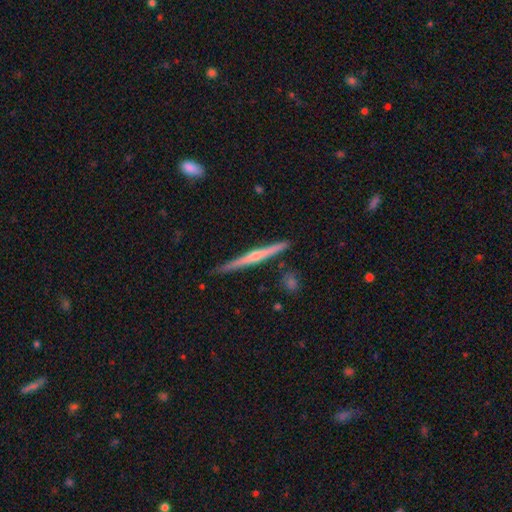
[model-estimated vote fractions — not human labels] Morphology: type=featured or disk (76%); edge-on=yes (98%); edge-on bulge=rounded (77%); merging=none (88%).